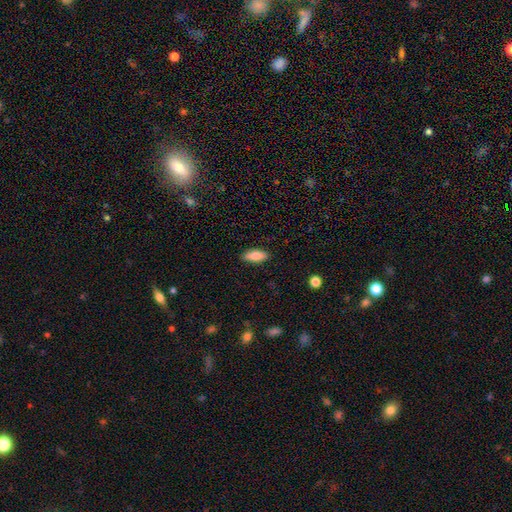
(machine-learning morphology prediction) Smooth or featured? smooth (82%)
How rounded? in between (76%)
Merging? none (88%)